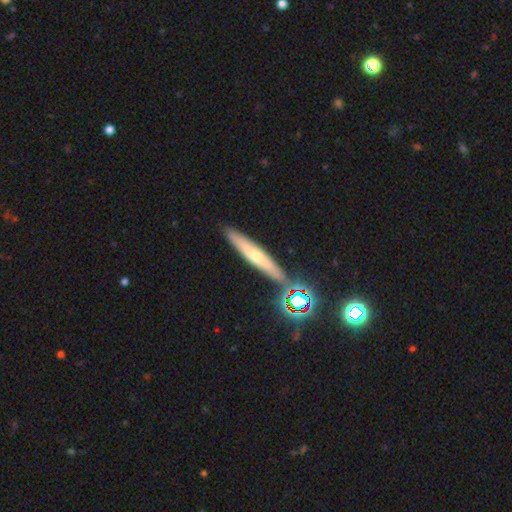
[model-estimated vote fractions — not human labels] Smooth or featured: smooth — 44% (featured or disk — 43%)
Merging: none — 83% (minor disturbance — 8%)